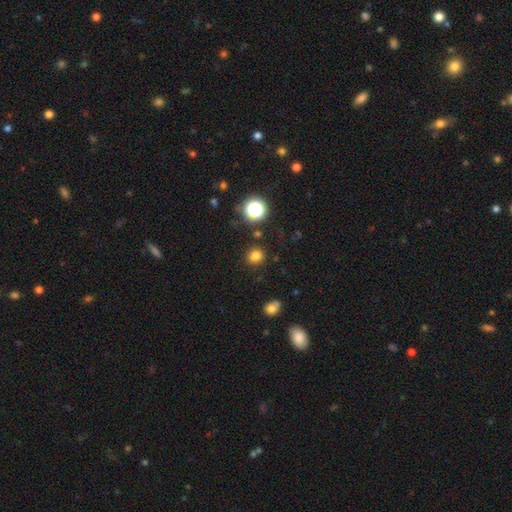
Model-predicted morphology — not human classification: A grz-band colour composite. It shows a smooth galaxy with no disk features (77%) that is round (82%). Merging: none (85%).